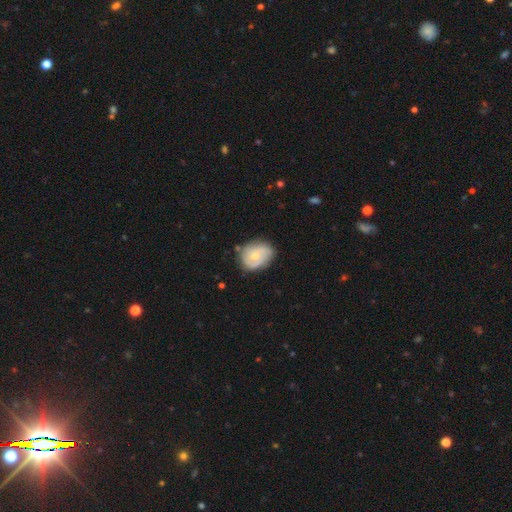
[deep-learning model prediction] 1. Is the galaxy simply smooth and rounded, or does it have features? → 56% featured or disk, 38% smooth, 6% star or artifact.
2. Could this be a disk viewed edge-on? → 97% no, 3% yes.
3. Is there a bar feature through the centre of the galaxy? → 73% no, 23% weak, 3% strong.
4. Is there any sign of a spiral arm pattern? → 75% yes, 25% no.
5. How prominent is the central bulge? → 53% small, 43% moderate, 2% none, 2% large, 1% dominant.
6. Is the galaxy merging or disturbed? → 67% none, 24% minor disturbance, 6% major disturbance, 2% merger.